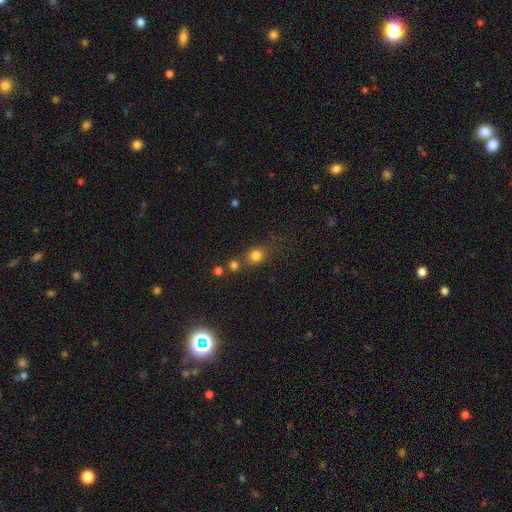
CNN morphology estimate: A smooth galaxy with no disk features (77%) that is round (71%). Merging: none (58%).